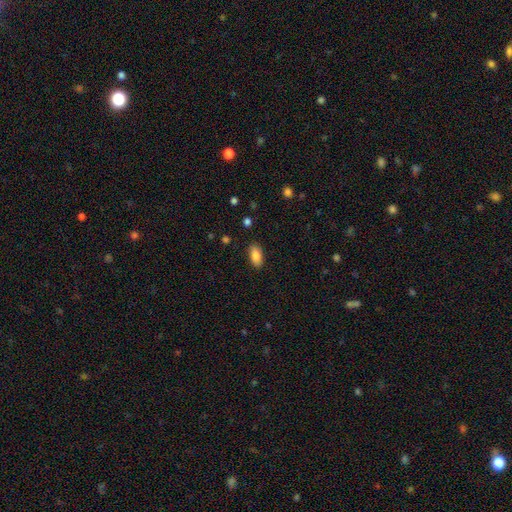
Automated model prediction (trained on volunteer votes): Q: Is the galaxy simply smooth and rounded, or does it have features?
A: smooth — 87%.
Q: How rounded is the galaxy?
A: in between — 90%.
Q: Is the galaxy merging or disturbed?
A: none — 88%.